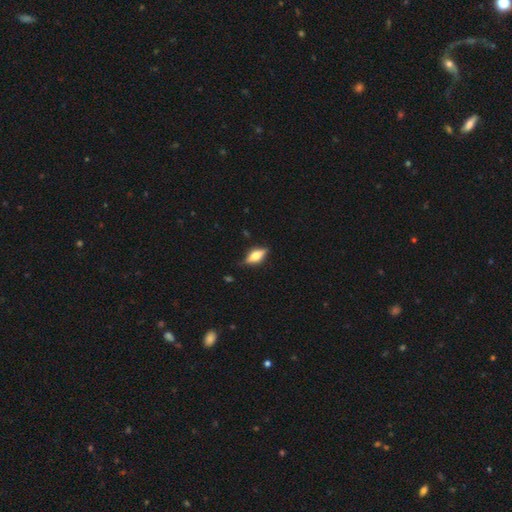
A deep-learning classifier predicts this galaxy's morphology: Smooth or featured? featured or disk (46%, tied with smooth)
Merging? none (79%)